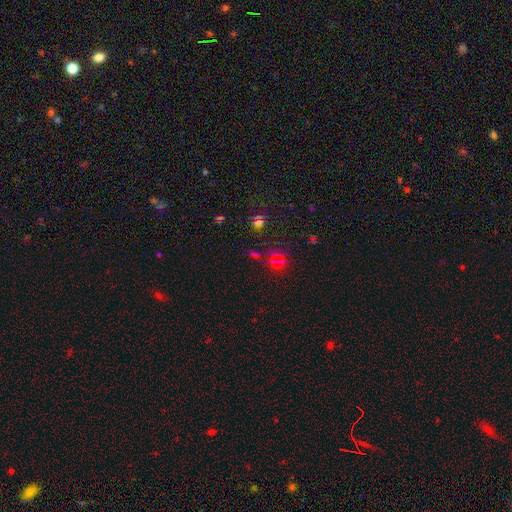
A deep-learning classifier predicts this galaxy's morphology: star or artifact 61%, smooth 28%, featured or disk 10%.